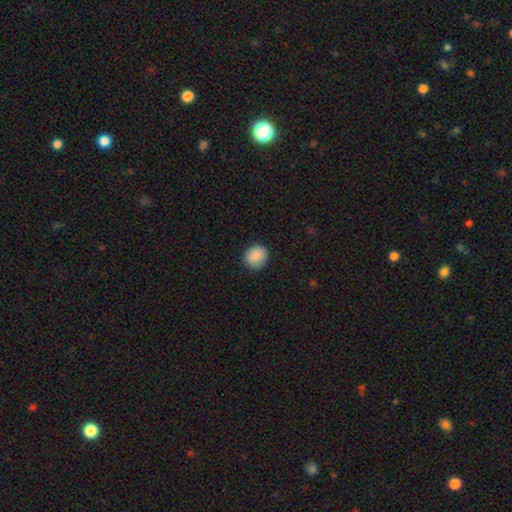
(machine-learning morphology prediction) The model was most divided on "how rounded": round: 85%, in between: 14%, cigar-shaped: 1%. More confident: merging — none (88%); smooth or featured — smooth (88%).